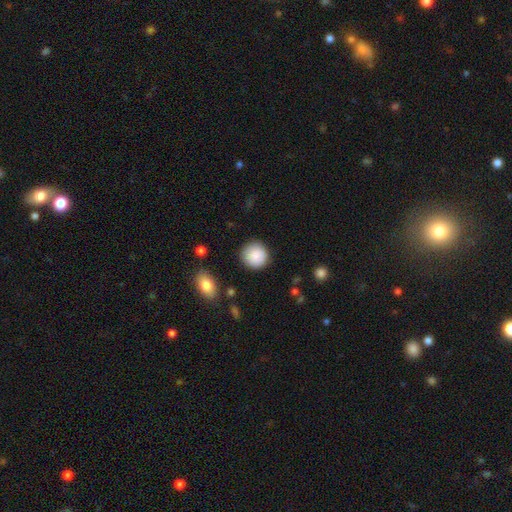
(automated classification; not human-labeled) Smooth or featured: smooth — 88% (star or artifact — 7%)
How rounded: round — 93% (in between — 6%)
Merging: none — 89% (minor disturbance — 8%)